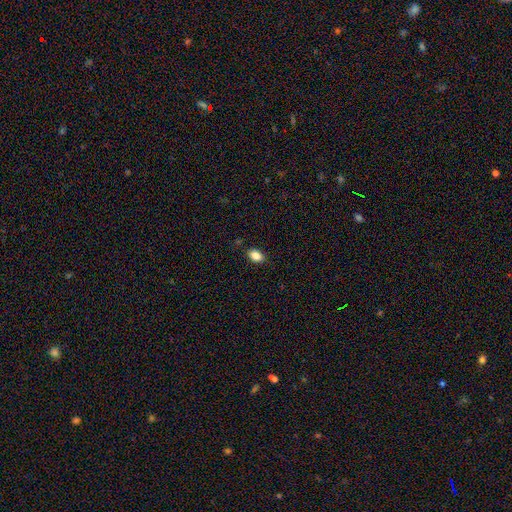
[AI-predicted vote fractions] Smooth or featured? smooth (85%)
How rounded? in between (86%)
Merging? none (86%)